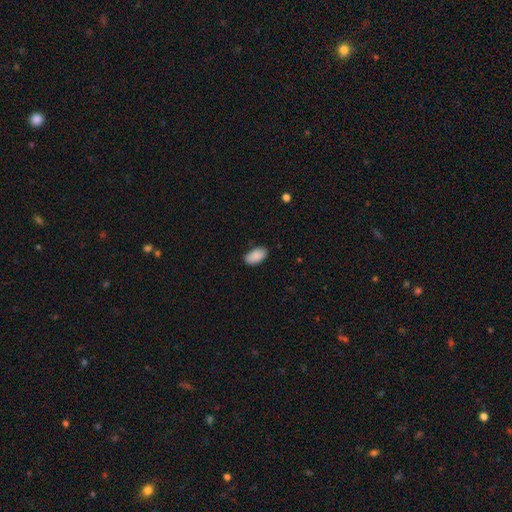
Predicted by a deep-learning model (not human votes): A smooth galaxy with no disk features (90%) that is in between round and cigar-shaped (95%). Merging: none (84%).